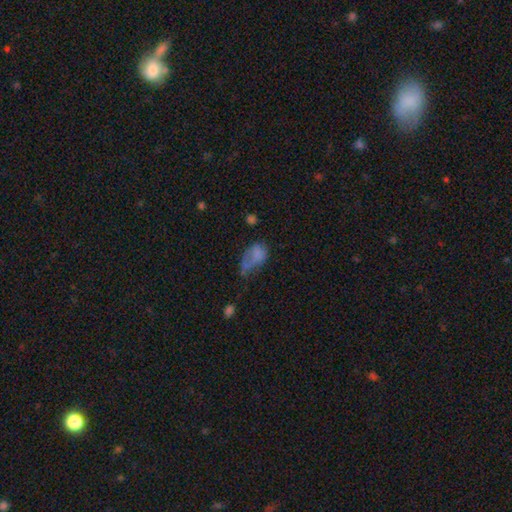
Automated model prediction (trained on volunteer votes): A smooth galaxy with no disk features (60%) that is in between round and cigar-shaped (86%). Merging: major disturbance (39%).